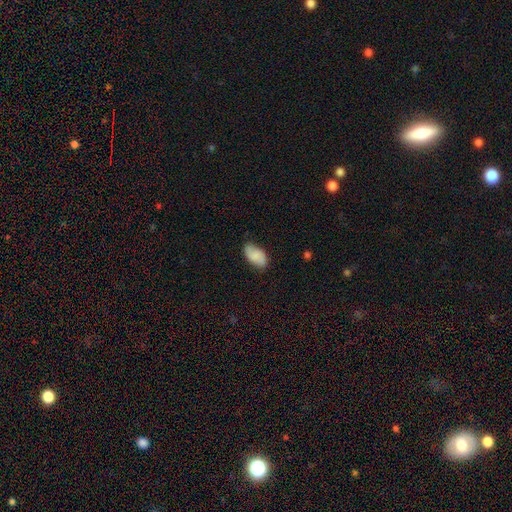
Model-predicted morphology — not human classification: Smooth or featured? smooth (77%)
How rounded? in between (94%)
Merging? none (75%)